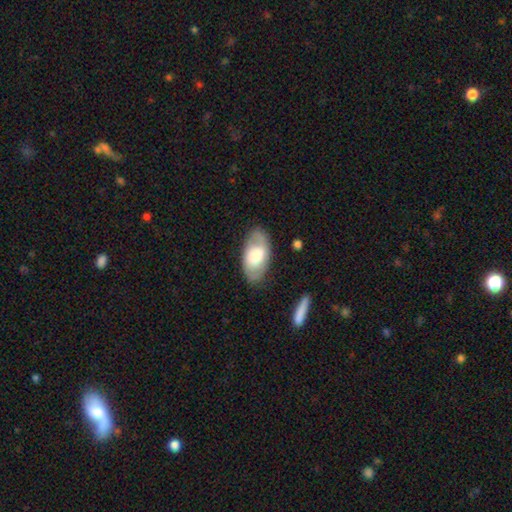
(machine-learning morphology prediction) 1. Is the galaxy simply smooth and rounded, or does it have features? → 51% smooth, 42% featured or disk, 6% star or artifact.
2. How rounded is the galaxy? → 94% in between, 4% round, 2% cigar-shaped.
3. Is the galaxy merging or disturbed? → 79% none, 14% minor disturbance, 5% major disturbance, 2% merger.